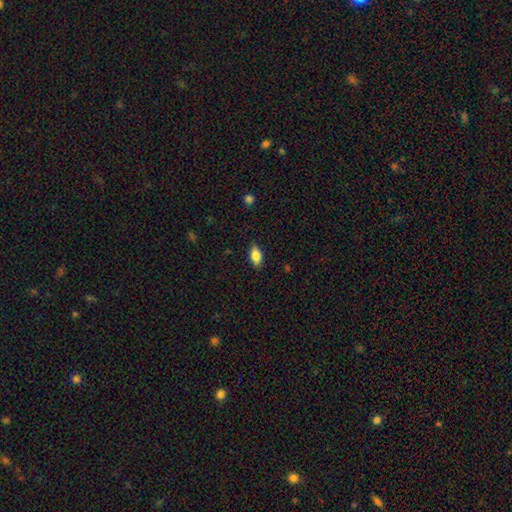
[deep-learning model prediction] A smooth galaxy with no disk features (76%) that is in between round and cigar-shaped (86%).

Vote fractions:
- Smooth or featured? smooth: 76% / featured or disk: 17% / star or artifact: 7%
- How rounded? in between: 86% / cigar-shaped: 9% / round: 5%
- Merging? none: 85% / minor disturbance: 11% / major disturbance: 2% / merger: 1%